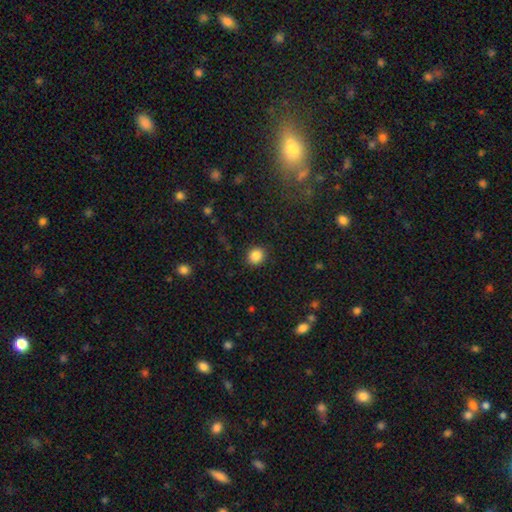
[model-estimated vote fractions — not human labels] This is clearly a smooth galaxy (86%). How rounded: clearly round (82%). Merging: clearly none (90%).